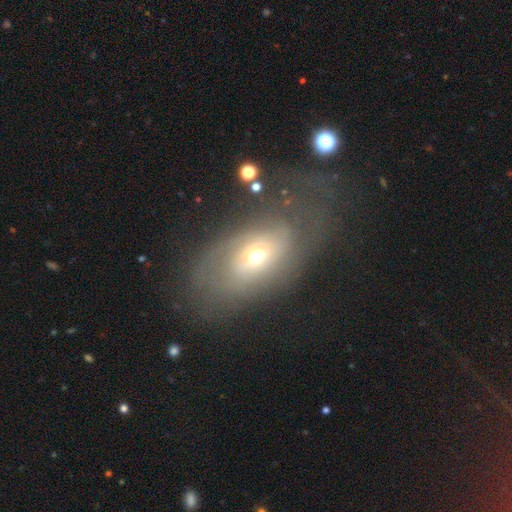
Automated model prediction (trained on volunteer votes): Smooth or featured? featured or disk (55%)
Edge-on disk? no (89%)
Merging? none (48%)